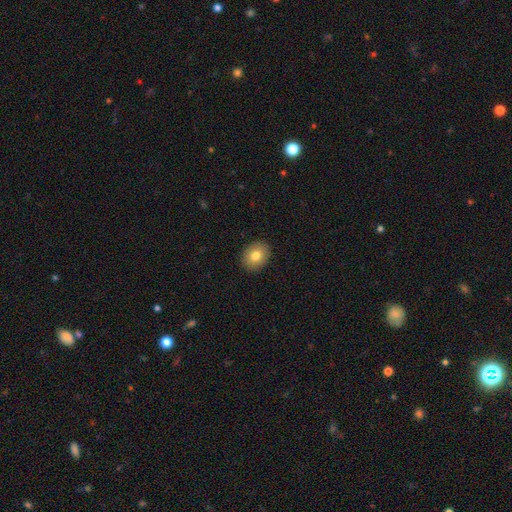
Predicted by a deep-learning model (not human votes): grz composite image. It shows a smooth galaxy with no disk features (80%) that is in between round and cigar-shaped (51%). Merging: none (90%).